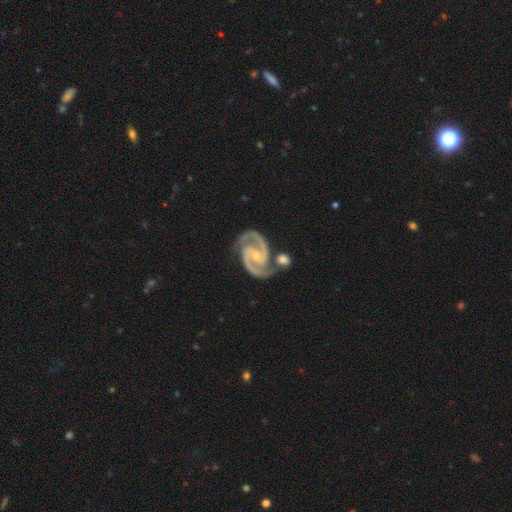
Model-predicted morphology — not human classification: The model was most divided on "bar": no: 40%, weak: 37%, strong: 23%. More confident: spiral arms — yes (99%); edge-on disk — no (98%); smooth or featured — featured or disk (94%); spiral arm count — 2 (94%); bulge size — small (69%); merging — none (67%); spiral winding — medium (54%).